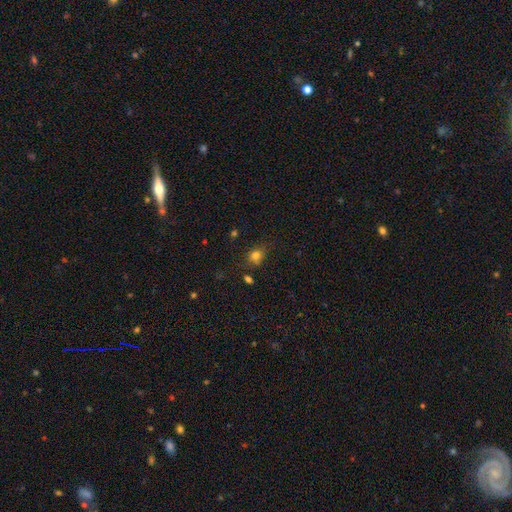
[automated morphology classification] Smooth or featured? smooth (77%)
How rounded? round (62%)
Merging? none (66%)